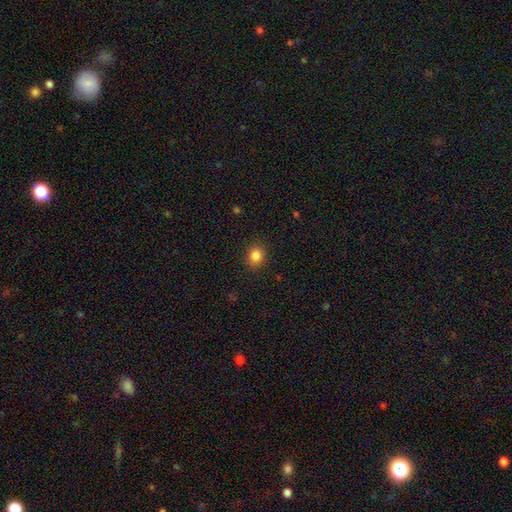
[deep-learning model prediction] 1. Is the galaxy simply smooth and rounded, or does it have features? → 84% smooth, 11% star or artifact, 5% featured or disk.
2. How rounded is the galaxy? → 62% round, 37% in between, 1% cigar-shaped.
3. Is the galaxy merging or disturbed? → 88% none, 8% minor disturbance, 2% major disturbance, 1% merger.